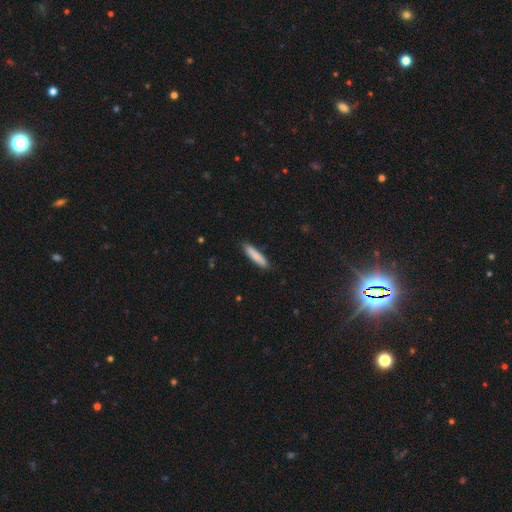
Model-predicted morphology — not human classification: Smooth or featured?
  - smooth: 85% *
  - featured or disk: 9%
  - star or artifact: 6%
How rounded?
  - cigar-shaped: 85% *
  - in between: 14%
  - round: 1%
Merging?
  - none: 88% *
  - minor disturbance: 9%
  - major disturbance: 2%
  - merger: 1%